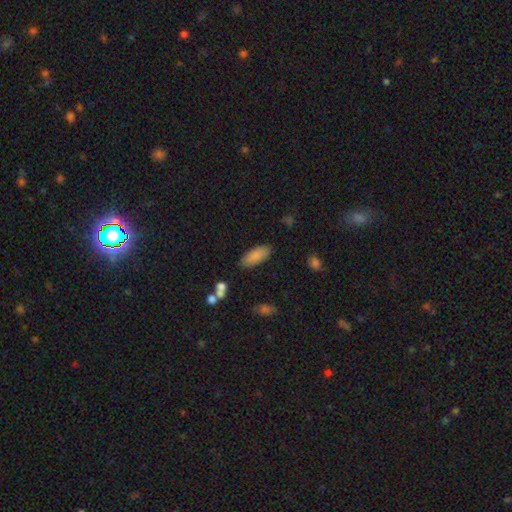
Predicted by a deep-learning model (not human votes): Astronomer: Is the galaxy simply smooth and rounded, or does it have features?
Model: smooth — 86%.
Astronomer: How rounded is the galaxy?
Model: in between — 79%.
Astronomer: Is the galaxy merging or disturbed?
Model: none — 86%.